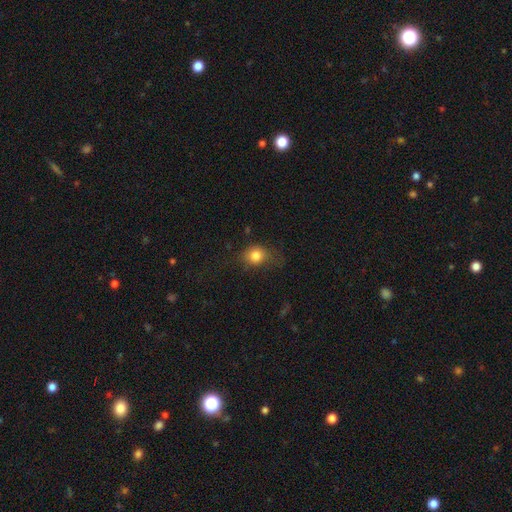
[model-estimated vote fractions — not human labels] This is clearly a smooth galaxy (80%). How rounded: likely round (68%). Merging: possibly none (59%).